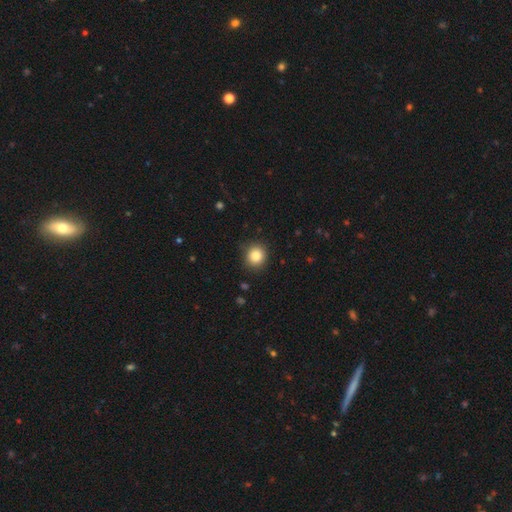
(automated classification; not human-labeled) This is clearly a smooth galaxy (84%). How rounded: clearly round (87%). Merging: clearly none (88%).